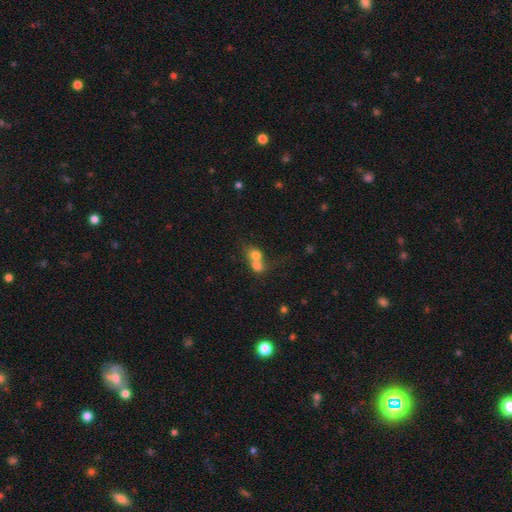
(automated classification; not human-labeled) A smooth galaxy with no disk features (70%) that is round (58%). Merging: merger (73%).